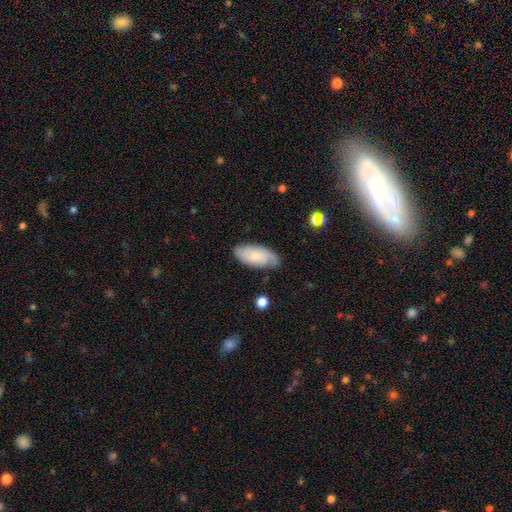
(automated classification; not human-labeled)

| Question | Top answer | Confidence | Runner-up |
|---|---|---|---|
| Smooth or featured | smooth | 48% | featured or disk (45%) |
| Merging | none | 69% | minor disturbance (23%) |